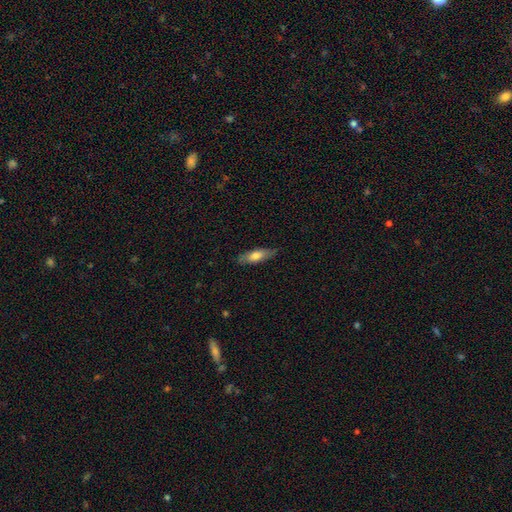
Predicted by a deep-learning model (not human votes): This appears to be a smooth galaxy with no disk features (65%) that is in between round and cigar-shaped (58%). Merging: none (78%).